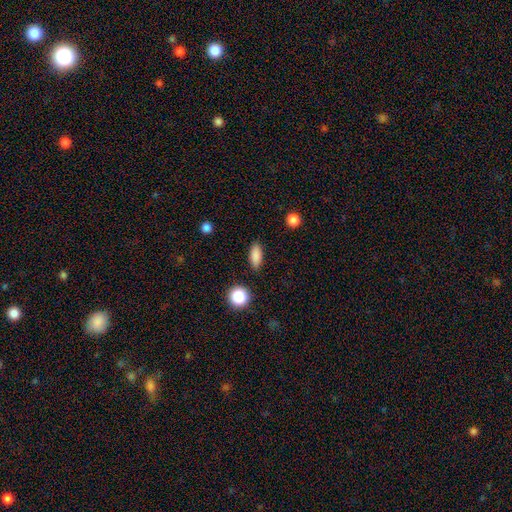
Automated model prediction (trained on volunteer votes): smooth_or_featured: smooth (p=0.86) [alt: star or artifact p=0.09]
how_rounded: in between (p=0.77) [alt: cigar-shaped p=0.17]
merging: none (p=0.88) [alt: minor disturbance p=0.08]